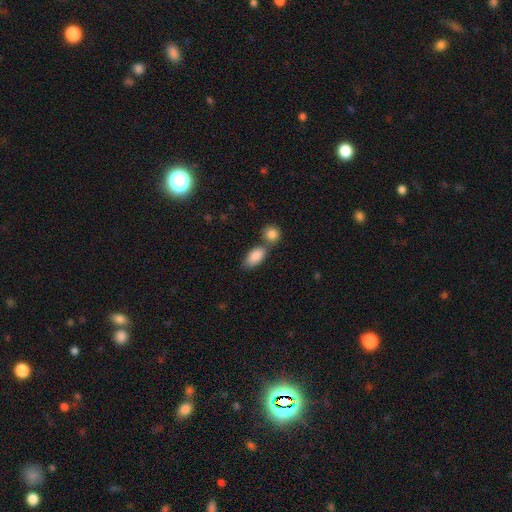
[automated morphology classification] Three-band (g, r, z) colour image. It shows a smooth galaxy with no disk features (87%) that is in between round and cigar-shaped (87%). Merging: none (48%).